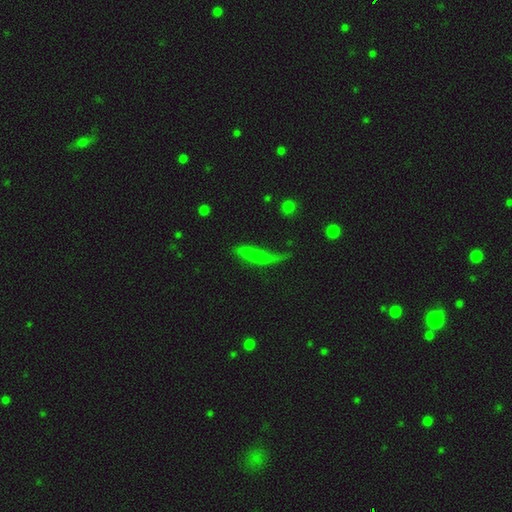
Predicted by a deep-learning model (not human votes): smooth-or-featured: smooth: 63% | featured or disk: 26% | star or artifact: 11%
  how-rounded: cigar-shaped: 79% | in between: 18% | round: 3%
  merging: none: 42% | minor disturbance: 30% | major disturbance: 24% | merger: 5%